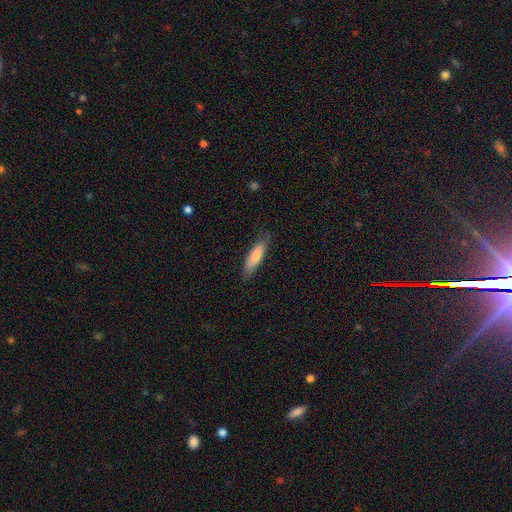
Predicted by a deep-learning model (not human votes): Smooth or featured? smooth (71%)
How rounded? cigar-shaped (70%)
Merging? none (79%)